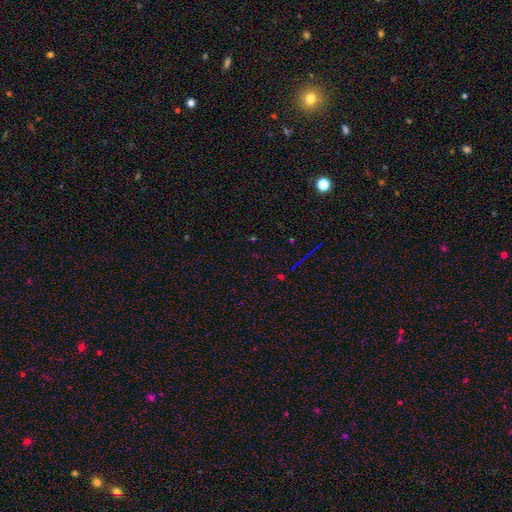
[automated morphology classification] type=star or artifact (71%).